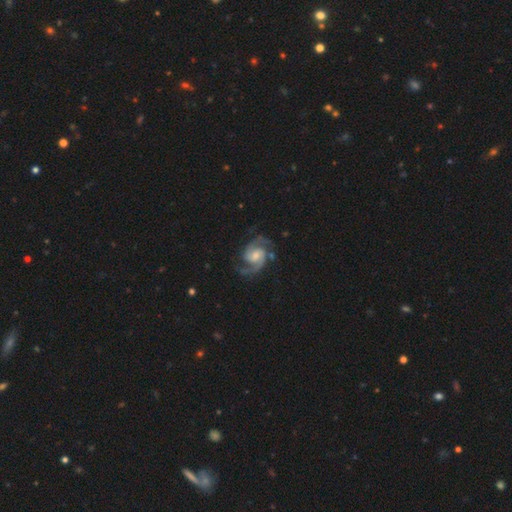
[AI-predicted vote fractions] Q: Smooth or featured?
A: featured or disk (92%); runner-up: star or artifact (4%)
Q: Edge-on disk?
A: no (98%); runner-up: yes (2%)
Q: Bar?
A: weak (49%); runner-up: no (38%)
Q: Spiral arms?
A: yes (98%); runner-up: no (2%)
Q: Spiral winding?
A: medium (61%); runner-up: tight (23%)
Q: Spiral arm count?
A: 2 (91%); runner-up: 3 (3%)
Q: Bulge size?
A: moderate (45%); runner-up: small (32%)
Q: Merging?
A: none (76%); runner-up: minor disturbance (15%)